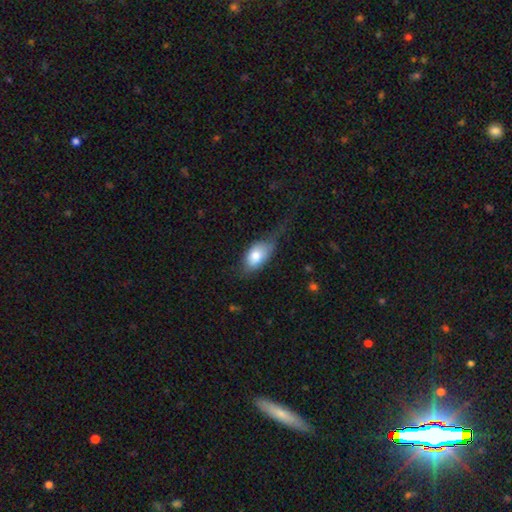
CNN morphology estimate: A smooth galaxy with no disk features (77%) that is in between round and cigar-shaped (89%).

Vote fractions:
- Smooth or featured? smooth: 77% / featured or disk: 16% / star or artifact: 7%
- How rounded? in between: 89% / round: 7% / cigar-shaped: 4%
- Merging? minor disturbance: 33% / none: 32% / major disturbance: 32% / merger: 3%